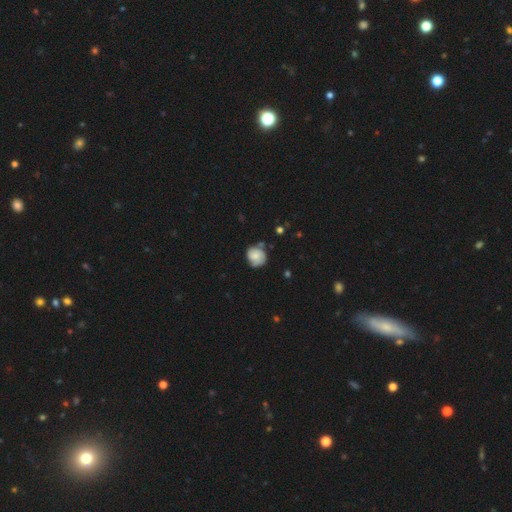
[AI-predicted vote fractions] smooth-or-featured: smooth: 56% | featured or disk: 36% | star or artifact: 8%
  how-rounded: round: 78% | in between: 21% | cigar-shaped: 1%
  merging: none: 62% | minor disturbance: 26% | major disturbance: 7% | merger: 5%